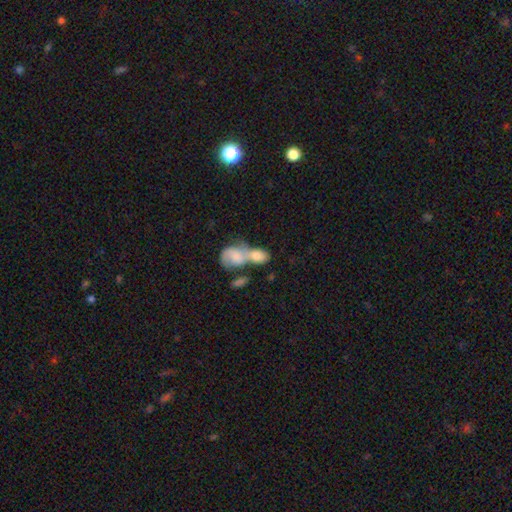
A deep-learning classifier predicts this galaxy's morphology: smooth 70%, featured or disk 22%, star or artifact 8%. Down the decision tree: how rounded — in between (74%); merging — merger (73%).